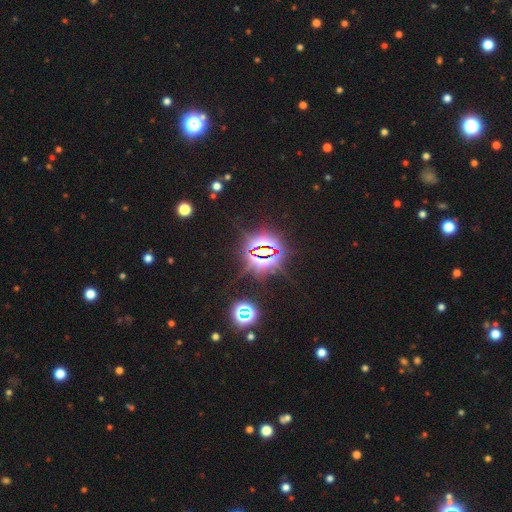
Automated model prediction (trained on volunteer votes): Smooth or featured: star or artifact — 84% (smooth — 8%)